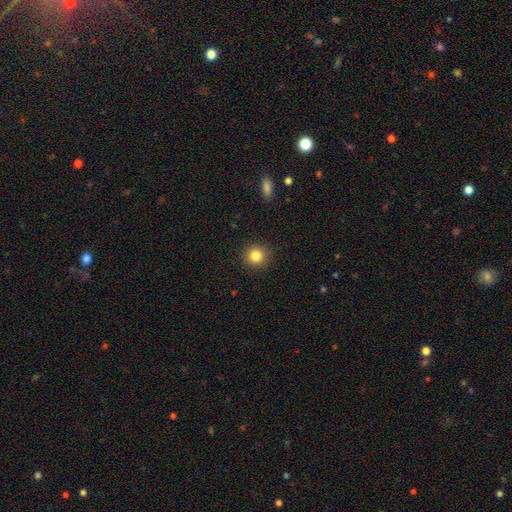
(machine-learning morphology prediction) Overall: smooth (84%). How rounded: round (91%). Merging: none (90%).